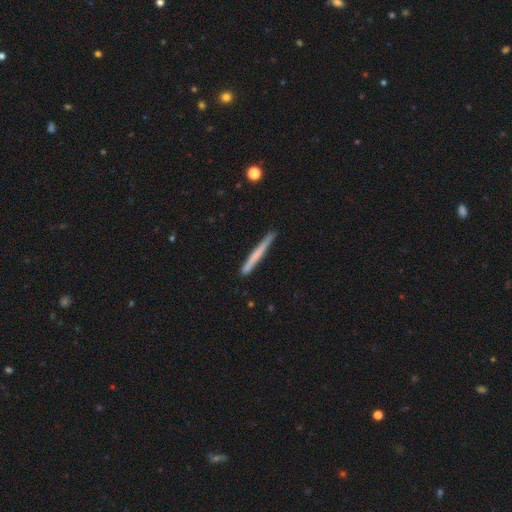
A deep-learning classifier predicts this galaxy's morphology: This appears to be a smooth galaxy with no disk features (57%) that is cigar-shaped (97%). Merging: none (88%).